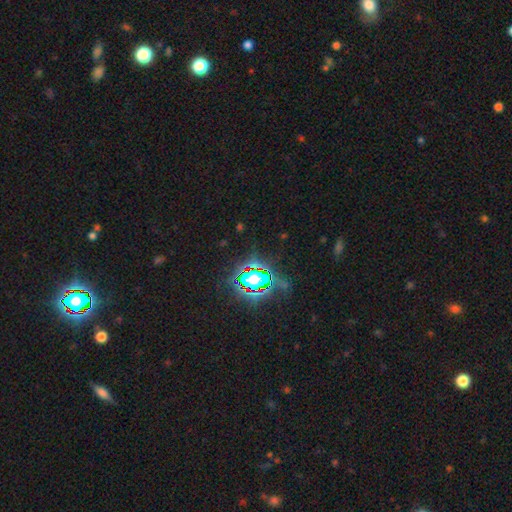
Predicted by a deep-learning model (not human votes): smooth_or_featured: star or artifact (p=0.83) [alt: smooth p=0.11]